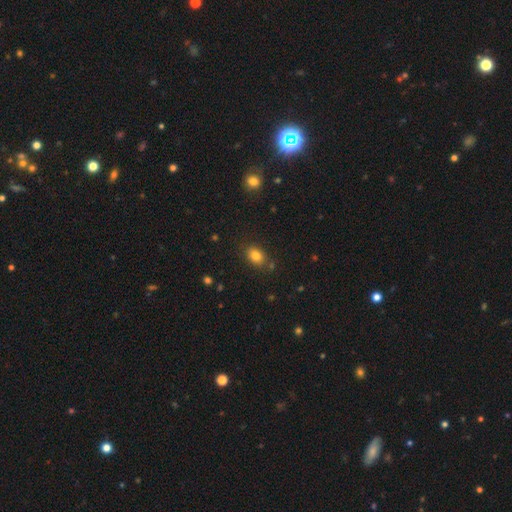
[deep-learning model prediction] smooth_or_featured: smooth (p=0.81) [alt: star or artifact p=0.12]
how_rounded: in between (p=0.68) [alt: round p=0.31]
merging: none (p=0.80) [alt: minor disturbance p=0.12]